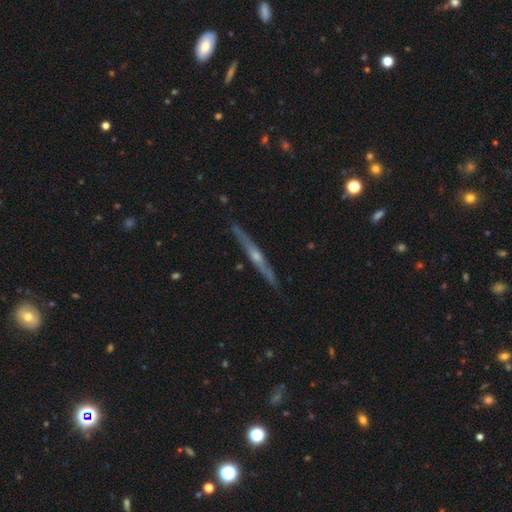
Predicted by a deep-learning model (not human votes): Q: Smooth or featured?
A: featured or disk (76%); runner-up: smooth (18%)
Q: Edge-on disk?
A: yes (97%); runner-up: no (3%)
Q: Edge-on bulge?
A: rounded (77%); runner-up: none (17%)
Q: Merging?
A: none (89%); runner-up: minor disturbance (9%)